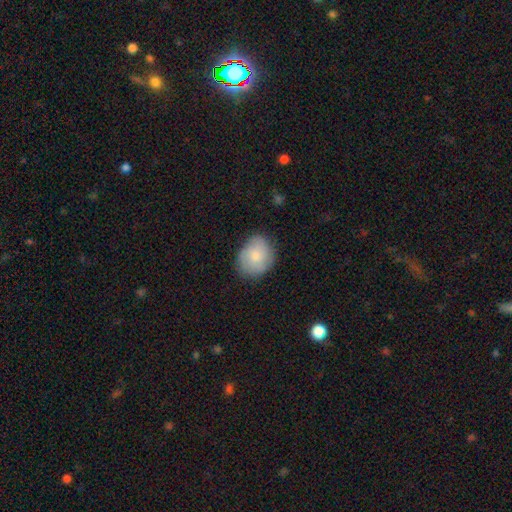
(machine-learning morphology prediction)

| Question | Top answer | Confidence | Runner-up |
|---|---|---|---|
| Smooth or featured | smooth | 77% | featured or disk (17%) |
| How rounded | round | 50% | in between (49%) |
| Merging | none | 74% | minor disturbance (21%) |